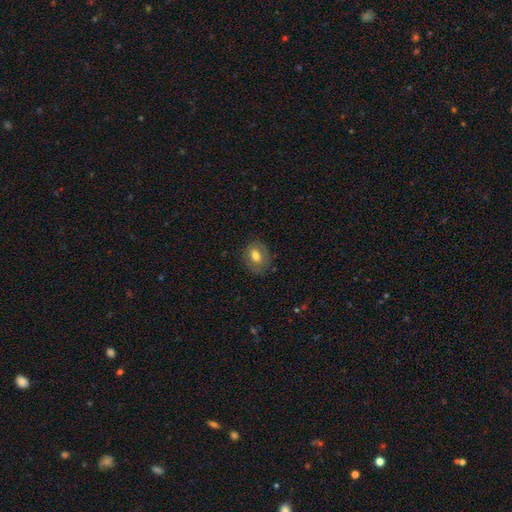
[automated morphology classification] Smooth or featured: smooth — 67% (featured or disk — 25%)
How rounded: in between — 50% (round — 49%)
Merging: none — 79% (minor disturbance — 15%)